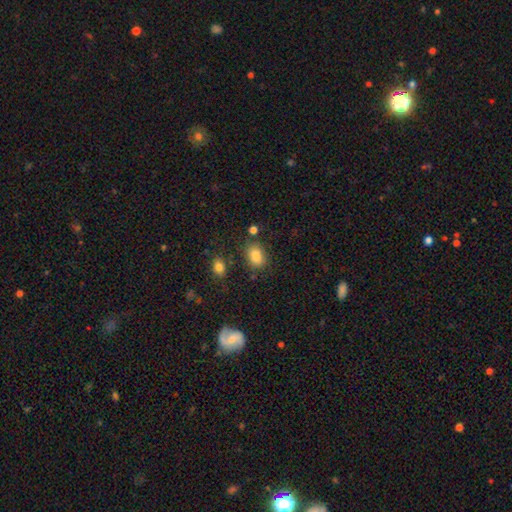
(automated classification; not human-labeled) Q: Smooth or featured?
A: smooth (84%); runner-up: star or artifact (10%)
Q: How rounded?
A: in between (77%); runner-up: round (22%)
Q: Merging?
A: none (75%); runner-up: minor disturbance (14%)